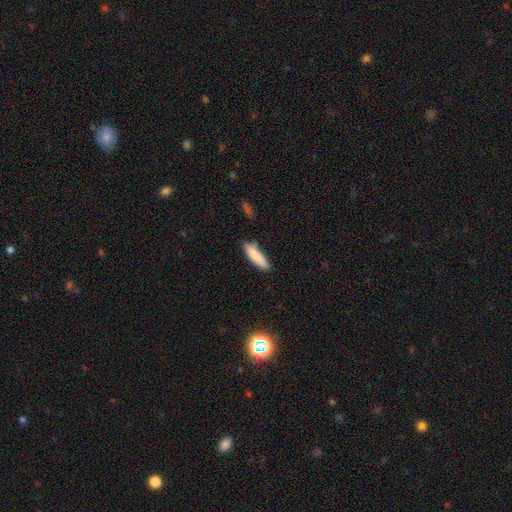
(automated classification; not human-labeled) A smooth galaxy with no disk features (86%) that is cigar-shaped (65%). Merging: none (78%).